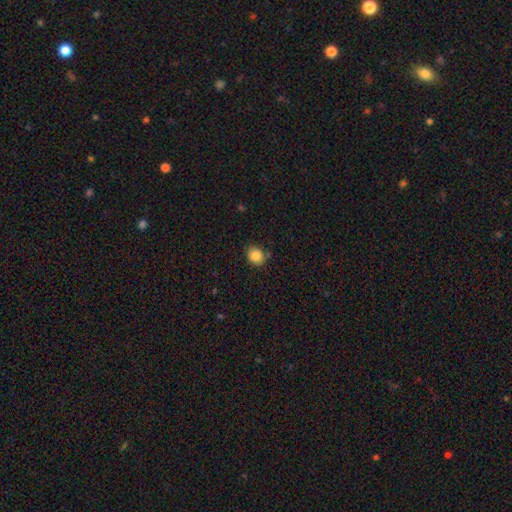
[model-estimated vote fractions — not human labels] The model was most divided on "how rounded": round: 72%, in between: 27%, cigar-shaped: 1%. More confident: smooth or featured — smooth (86%); merging — none (76%).